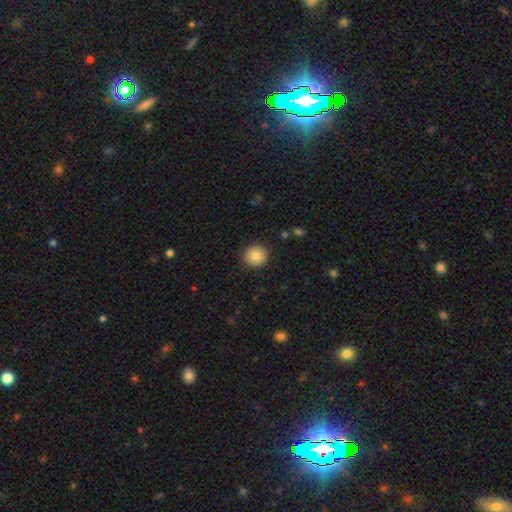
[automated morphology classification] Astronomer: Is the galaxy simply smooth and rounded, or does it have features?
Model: smooth — 83%.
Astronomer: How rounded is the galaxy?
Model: round — 91%.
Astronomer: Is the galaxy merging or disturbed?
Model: none — 91%.